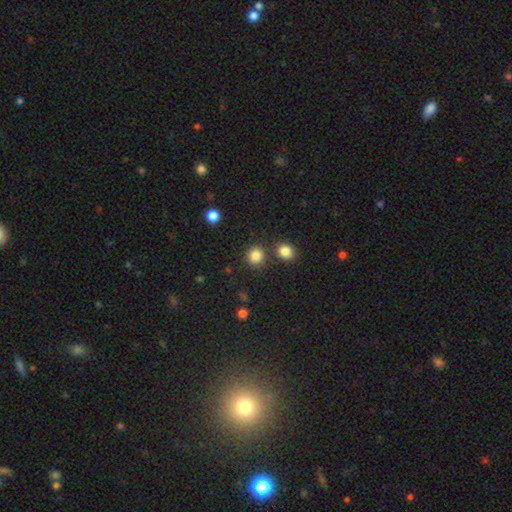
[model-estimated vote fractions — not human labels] Overall: smooth (84%). How rounded: round (89%). Merging: none (81%).